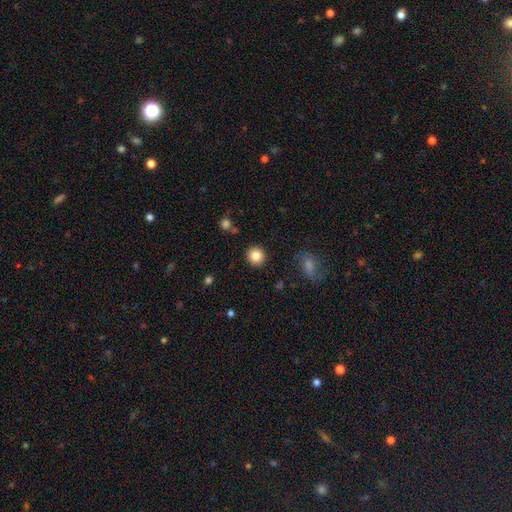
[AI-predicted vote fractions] Smooth or featured? smooth (84%)
How rounded? round (92%)
Merging? none (91%)